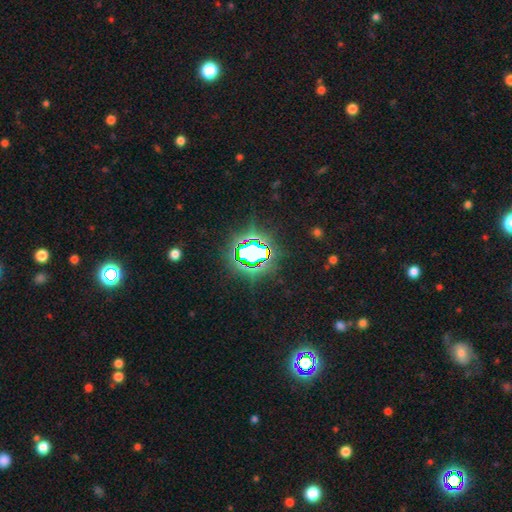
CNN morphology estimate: type=star or artifact (81%).